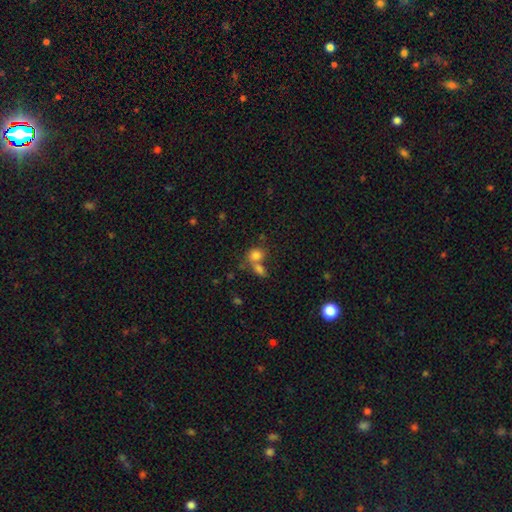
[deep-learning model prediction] This appears to be a smooth galaxy with no disk features (79%) that is round (60%). Merging: merger (45%).